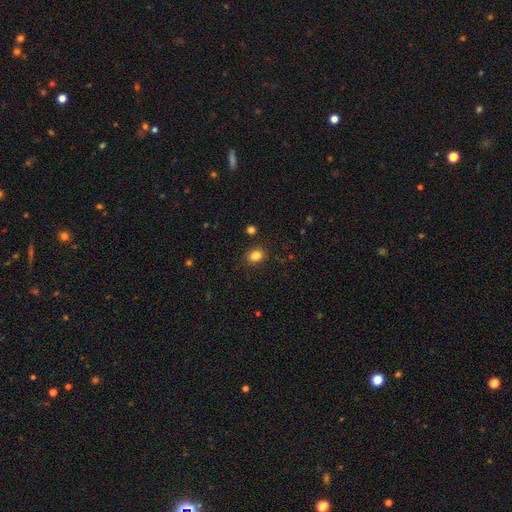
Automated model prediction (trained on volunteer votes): A smooth galaxy with no disk features (84%) that is in between round and cigar-shaped (55%).

Vote fractions:
- Smooth or featured? smooth: 84% / star or artifact: 11% / featured or disk: 5%
- How rounded? in between: 55% / round: 44% / cigar-shaped: 1%
- Merging? none: 86% / minor disturbance: 9% / major disturbance: 3% / merger: 2%